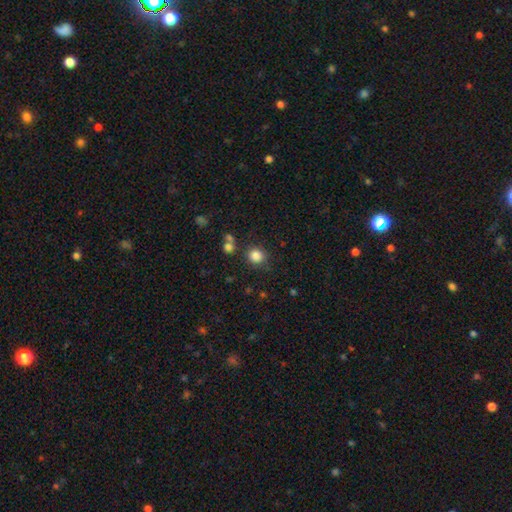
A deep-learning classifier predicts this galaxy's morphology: Smooth or featured? smooth (84%)
How rounded? round (87%)
Merging? none (82%)